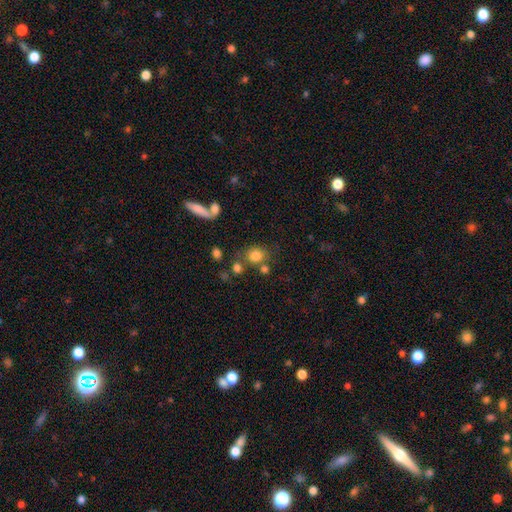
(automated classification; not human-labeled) The model was most divided on "how rounded": round: 72%, in between: 27%, cigar-shaped: 1%. More confident: smooth or featured — smooth (80%); merging — none (64%).